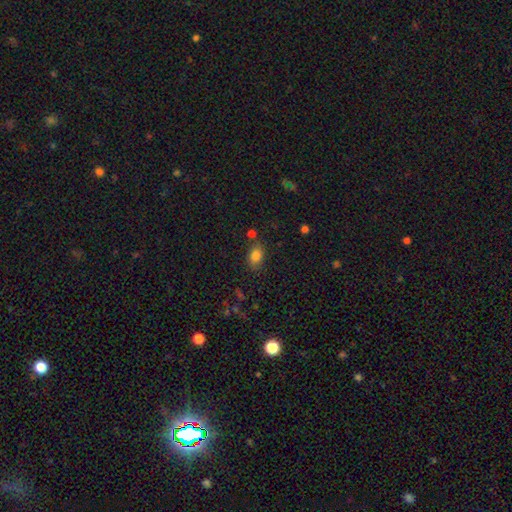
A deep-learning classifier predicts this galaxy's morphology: A smooth galaxy with no disk features (82%) that is in between round and cigar-shaped (79%). Merging: none (73%).